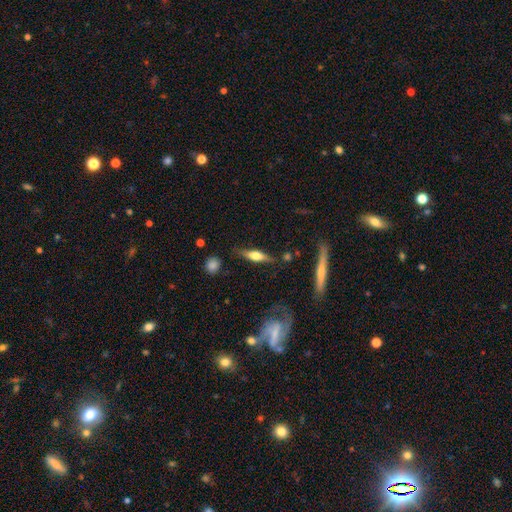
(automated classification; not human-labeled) This is possibly a featured or disk galaxy (51%). It is clearly viewed edge-on (91%). Merging: likely none (78%).